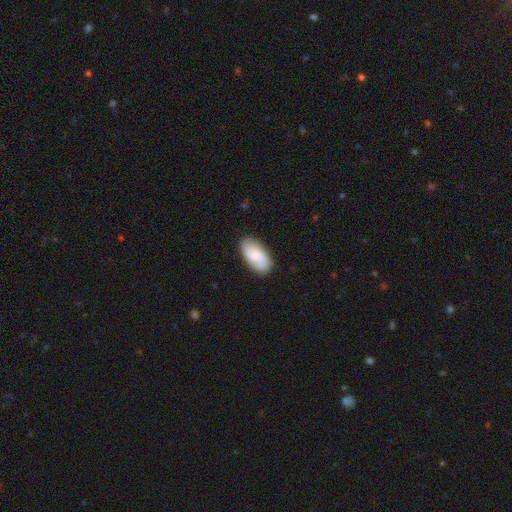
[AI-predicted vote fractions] A smooth galaxy with no disk features (47%).

Vote fractions:
- Smooth or featured? smooth: 47% / featured or disk: 45% / star or artifact: 7%
- Merging? none: 82% / minor disturbance: 13% / major disturbance: 3% / merger: 1%